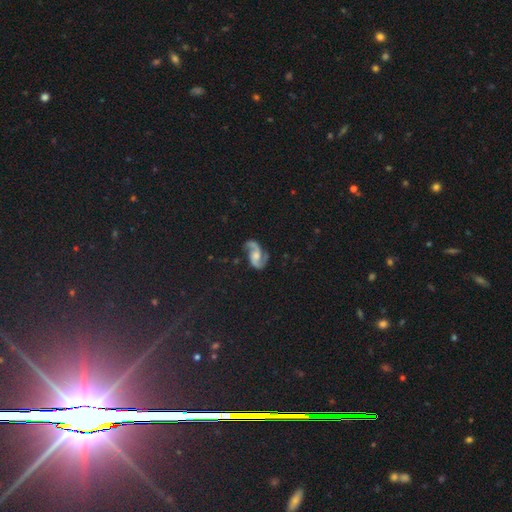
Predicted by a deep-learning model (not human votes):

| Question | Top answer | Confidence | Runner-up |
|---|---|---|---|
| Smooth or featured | featured or disk | 87% | smooth (7%) |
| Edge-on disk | no | 98% | yes (2%) |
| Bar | no | 54% | weak (36%) |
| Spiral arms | yes | 97% | no (3%) |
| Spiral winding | loose | 48% | medium (42%) |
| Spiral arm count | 2 | 93% | 1 (2%) |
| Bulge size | moderate | 44% | small (26%) |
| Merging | none | 70% | minor disturbance (17%) |